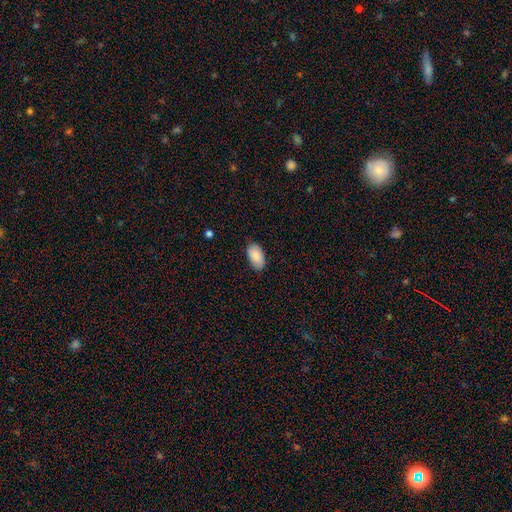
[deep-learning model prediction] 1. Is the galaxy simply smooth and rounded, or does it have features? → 89% smooth, 6% star or artifact, 5% featured or disk.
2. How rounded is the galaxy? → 95% in between, 3% round, 2% cigar-shaped.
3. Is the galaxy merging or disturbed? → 83% none, 14% minor disturbance, 2% major disturbance, 1% merger.